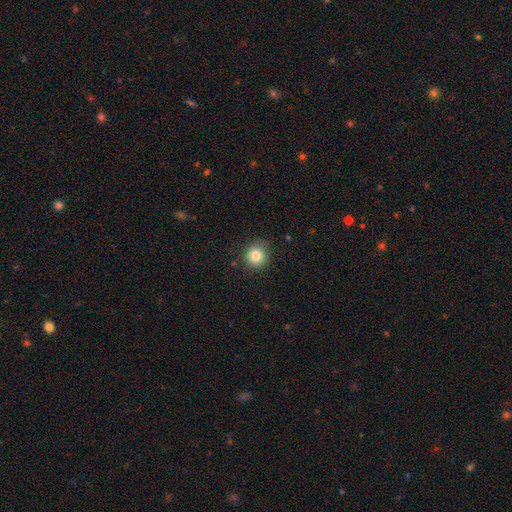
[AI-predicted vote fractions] Q: Smooth or featured?
A: smooth (83%); runner-up: star or artifact (11%)
Q: How rounded?
A: round (91%); runner-up: in between (8%)
Q: Merging?
A: none (86%); runner-up: minor disturbance (10%)